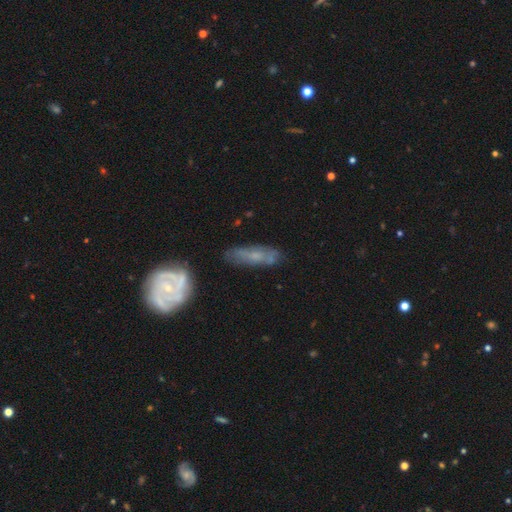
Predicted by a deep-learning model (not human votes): smooth-or-featured: featured or disk: 56% | smooth: 34% | star or artifact: 9%
  disk-edge-on: no: 73% | yes: 27%
  merging: none: 69% | minor disturbance: 20% | major disturbance: 6% | merger: 5%